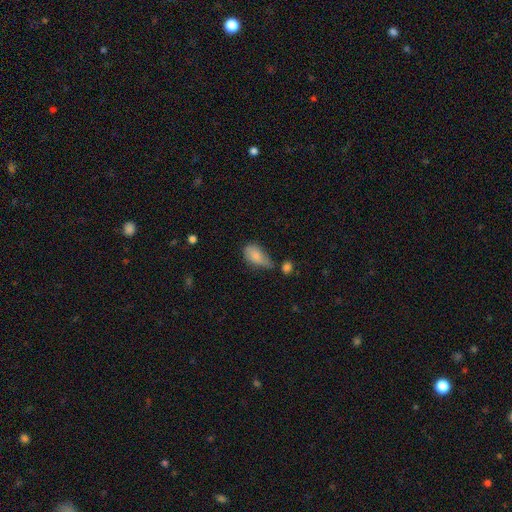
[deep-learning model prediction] Q: Smooth or featured?
A: smooth (78%); runner-up: featured or disk (13%)
Q: How rounded?
A: in between (90%); runner-up: round (6%)
Q: Merging?
A: minor disturbance (39%); runner-up: none (33%)